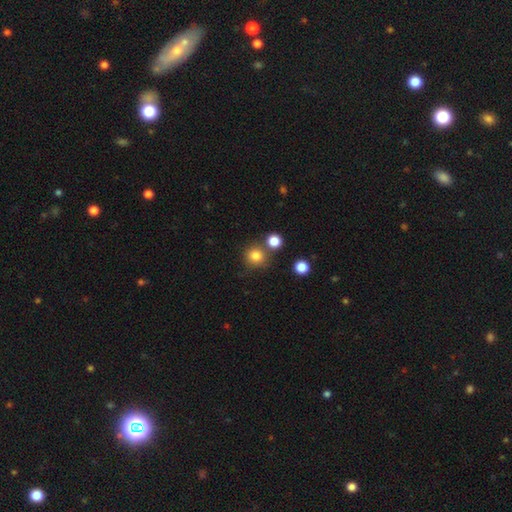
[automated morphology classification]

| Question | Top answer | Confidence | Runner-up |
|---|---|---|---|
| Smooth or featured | smooth | 82% | star or artifact (12%) |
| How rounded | round | 89% | in between (10%) |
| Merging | none | 73% | merger (14%) |